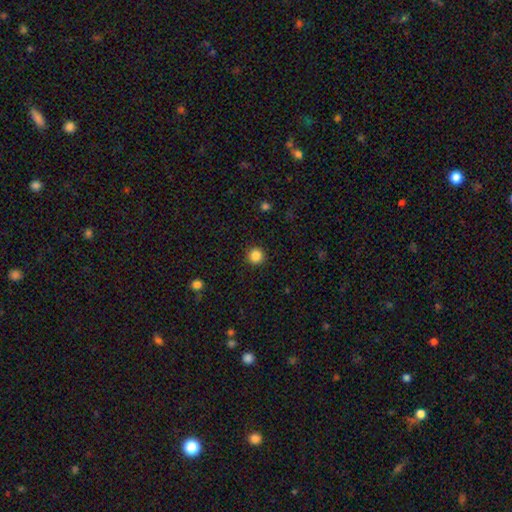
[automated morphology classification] smooth_or_featured: smooth (p=0.85) [alt: star or artifact p=0.11]
how_rounded: round (p=0.95) [alt: in between p=0.04]
merging: none (p=0.92) [alt: minor disturbance p=0.05]